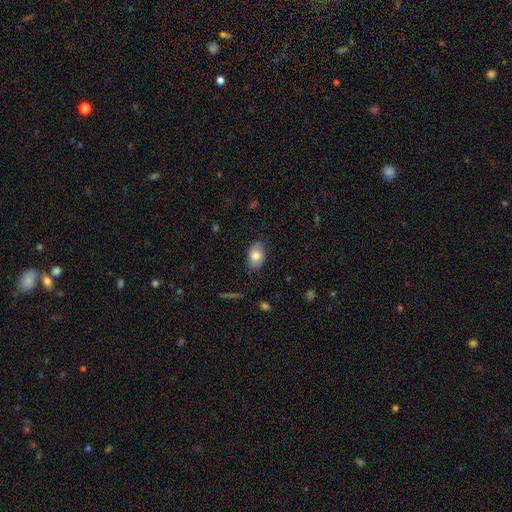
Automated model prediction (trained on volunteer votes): This is likely a smooth galaxy (80%). How rounded: clearly in between (86%). Merging: clearly none (81%).